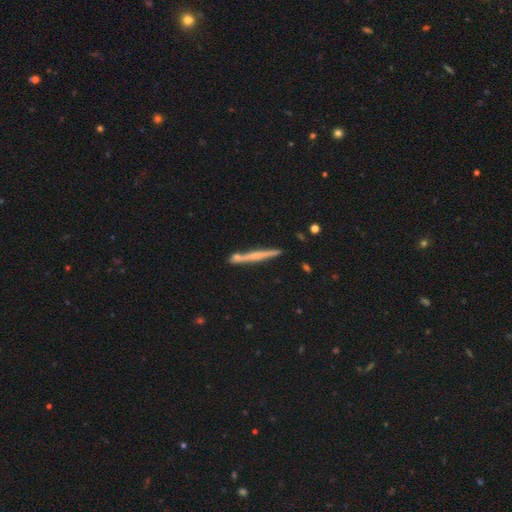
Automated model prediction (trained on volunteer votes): Smooth or featured: featured or disk — 55% (smooth — 38%)
Edge-on disk: yes — 97% (no — 3%)
Edge-on bulge: none — 55% (rounded — 32%)
Merging: none — 80% (minor disturbance — 10%)